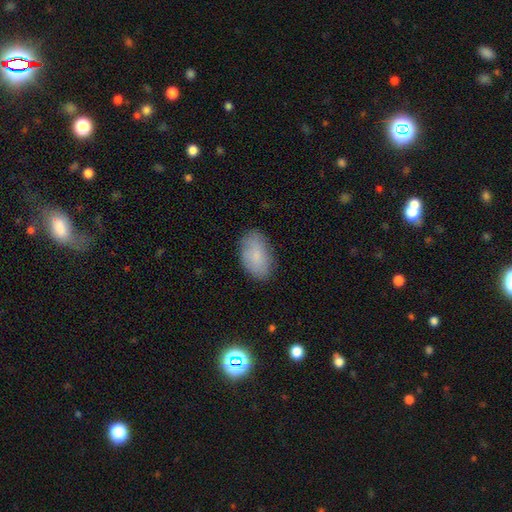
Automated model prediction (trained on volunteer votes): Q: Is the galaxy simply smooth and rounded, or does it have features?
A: smooth — 78%.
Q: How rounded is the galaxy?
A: in between — 93%.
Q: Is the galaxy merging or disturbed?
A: none — 80%.